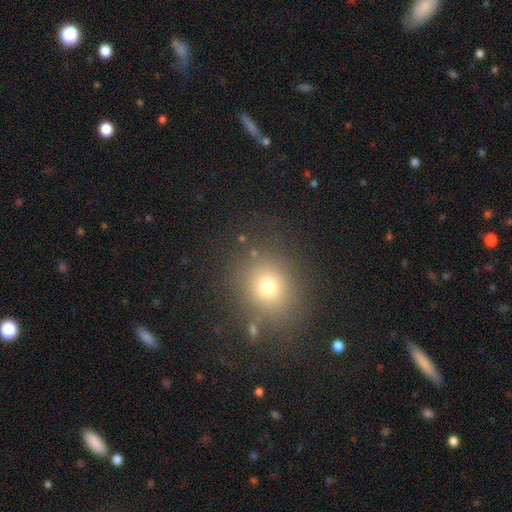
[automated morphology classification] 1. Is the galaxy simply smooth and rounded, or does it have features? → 69% smooth, 21% star or artifact, 9% featured or disk.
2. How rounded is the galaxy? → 82% round, 17% in between, 1% cigar-shaped.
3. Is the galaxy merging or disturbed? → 86% none, 8% minor disturbance, 3% major disturbance, 3% merger.